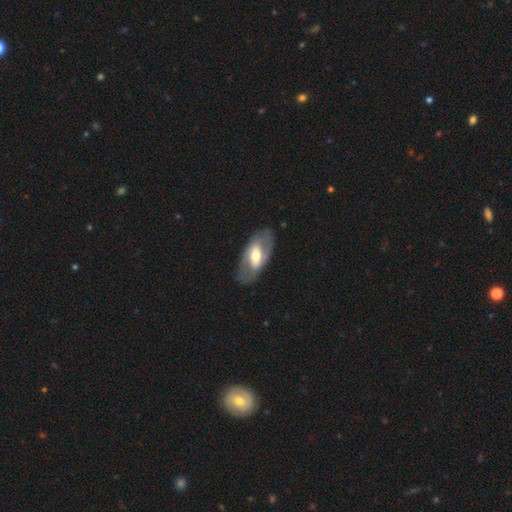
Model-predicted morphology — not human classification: smooth-or-featured: featured or disk: 63% | smooth: 32% | star or artifact: 5%
  disk-edge-on: no: 88% | yes: 12%
    bar: strong: 40% | weak: 35% | no: 25%
    has-spiral-arms: no: 54% | yes: 46%
    bulge-size: moderate: 64% | large: 18% | small: 15% | dominant: 1% | none: 1%
  merging: none: 81% | minor disturbance: 12% | major disturbance: 5% | merger: 1%